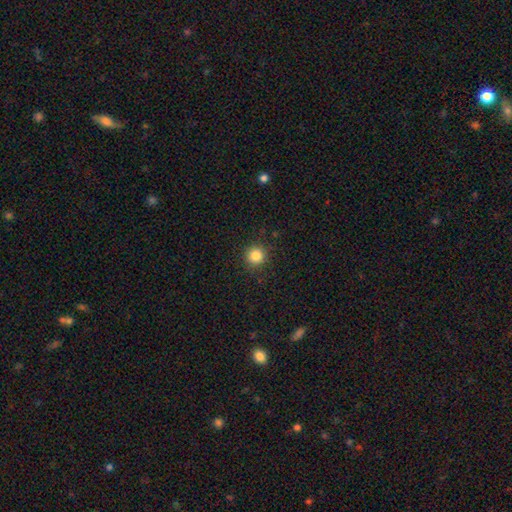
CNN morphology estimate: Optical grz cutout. It shows a smooth galaxy with no disk features (84%) that is round (94%). Merging: none (91%).